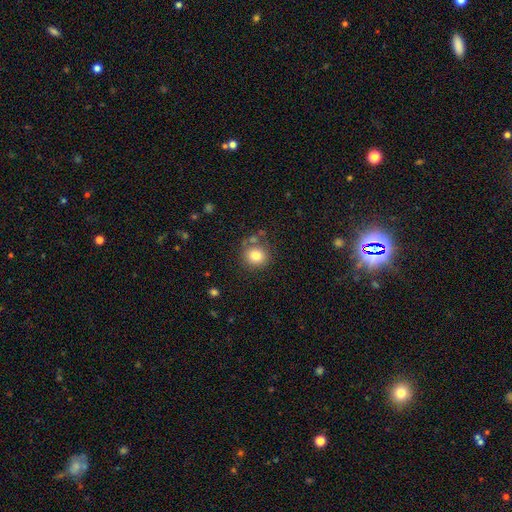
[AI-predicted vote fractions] smooth-or-featured: smooth: 80% | star or artifact: 11% | featured or disk: 9%
  how-rounded: round: 88% | in between: 11% | cigar-shaped: 1%
  merging: none: 74% | minor disturbance: 12% | merger: 9% | major disturbance: 5%